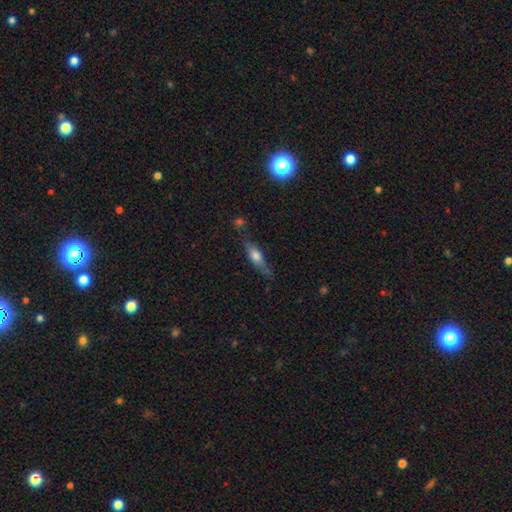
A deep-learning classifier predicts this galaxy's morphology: type=smooth (46%, tied with featured or disk); merging=none (66%).